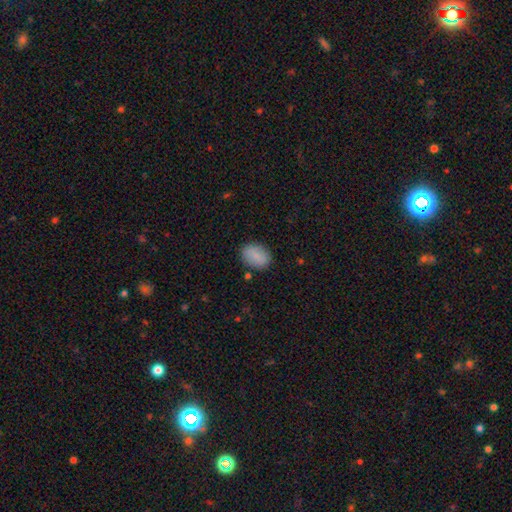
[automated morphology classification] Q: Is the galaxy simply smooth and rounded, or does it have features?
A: smooth — 85%.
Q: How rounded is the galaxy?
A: in between — 73%.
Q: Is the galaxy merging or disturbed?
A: none — 82%.